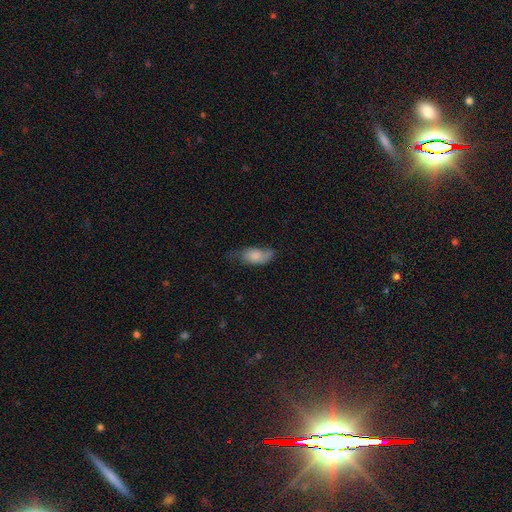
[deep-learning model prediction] A smooth galaxy with no disk features (70%) that is in between round and cigar-shaped (90%). Merging: none (41%).